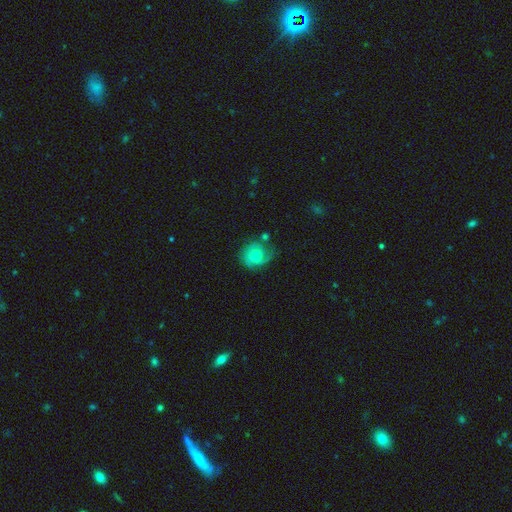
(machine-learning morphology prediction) Smooth or featured: smooth — 46% (tied with featured or disk — 46%)
Merging: none — 50% (minor disturbance — 27%)